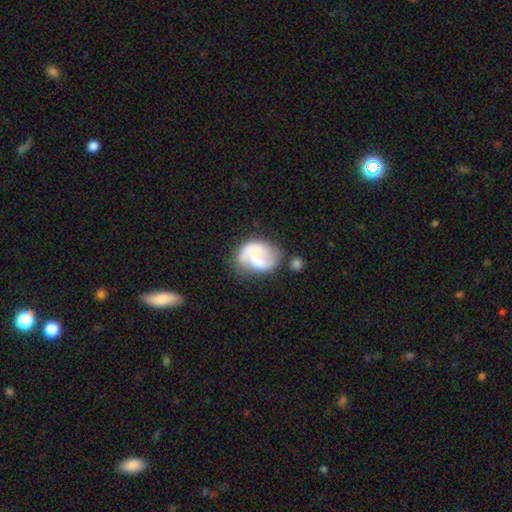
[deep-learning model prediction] Smooth or featured? Predicted: featured or disk (p=0.66). Edge-on disk? Predicted: no (p=0.98). Bar? Predicted: no (p=0.42). Spiral arms? Predicted: yes (p=0.84). Spiral winding? Predicted: medium (p=0.42). Spiral arm count? Predicted: 2 (p=0.73). Bulge size? Predicted: none (p=0.44). Merging? Predicted: none (p=0.50).